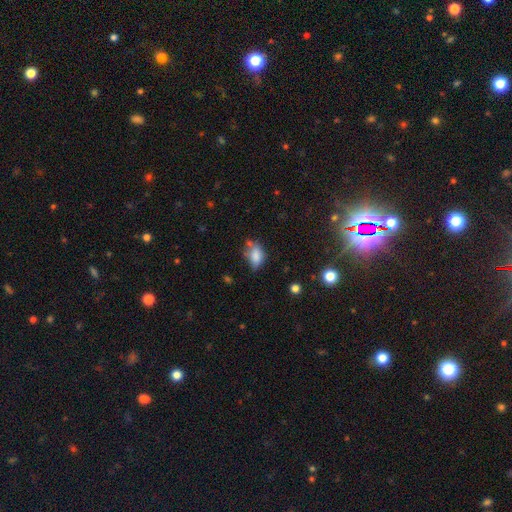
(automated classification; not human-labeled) A smooth galaxy with no disk features (79%) that is in between round and cigar-shaped (85%). Merging: none (41%).